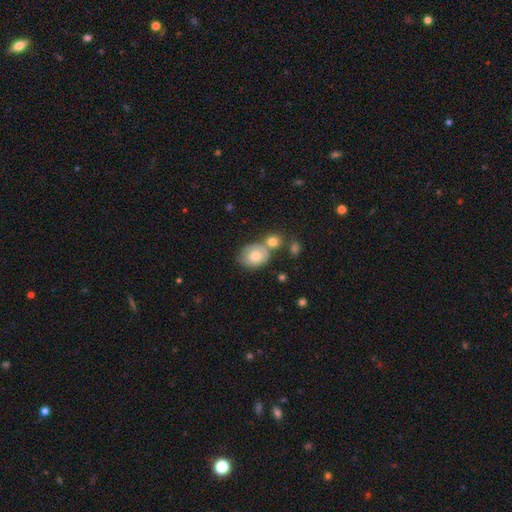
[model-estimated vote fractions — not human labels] Smooth or featured?
  - smooth: 66% *
  - featured or disk: 25%
  - star or artifact: 9%
How rounded?
  - round: 53% *
  - in between: 46%
  - cigar-shaped: 1%
Merging?
  - none: 47% *
  - merger: 29%
  - minor disturbance: 18%
  - major disturbance: 7%